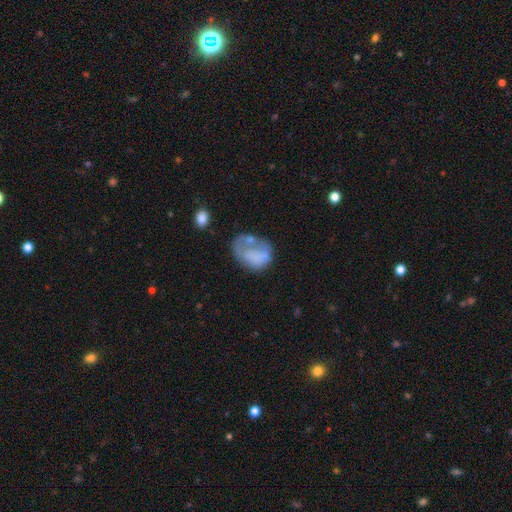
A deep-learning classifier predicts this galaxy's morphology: Smooth or featured? smooth (58%)
How rounded? in between (63%)
Merging? none (33%)